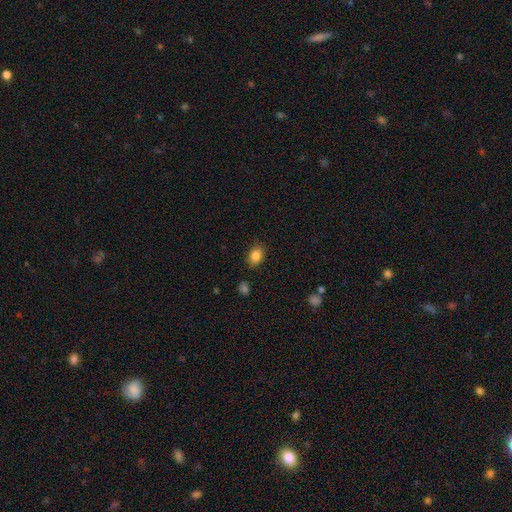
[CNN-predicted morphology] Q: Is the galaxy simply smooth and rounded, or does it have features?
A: smooth — 84%.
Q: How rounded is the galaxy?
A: in between — 75%.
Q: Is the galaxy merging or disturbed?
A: none — 84%.